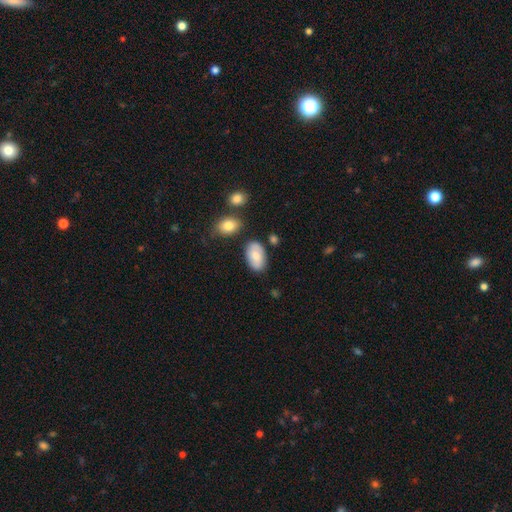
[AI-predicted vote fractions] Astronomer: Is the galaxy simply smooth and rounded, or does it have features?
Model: smooth — 76%.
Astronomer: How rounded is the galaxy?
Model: in between — 94%.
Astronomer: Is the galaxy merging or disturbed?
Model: none — 77%.